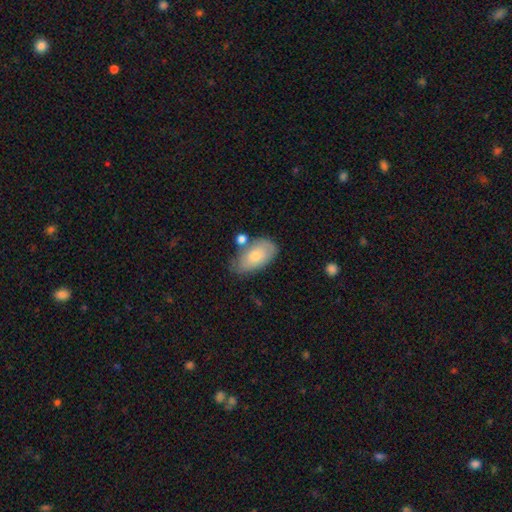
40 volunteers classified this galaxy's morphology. Q: Smooth or featured?
A: smooth (62%); runner-up: featured or disk (25%)
Q: How rounded?
A: in between (100%)
Q: Merging?
A: none (51%); runner-up: minor disturbance (29%)